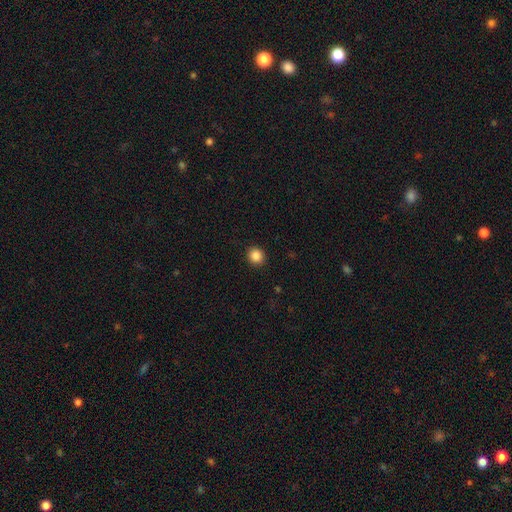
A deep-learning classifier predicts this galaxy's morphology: type=smooth (87%); roundness=round (89%); merging=none (92%).